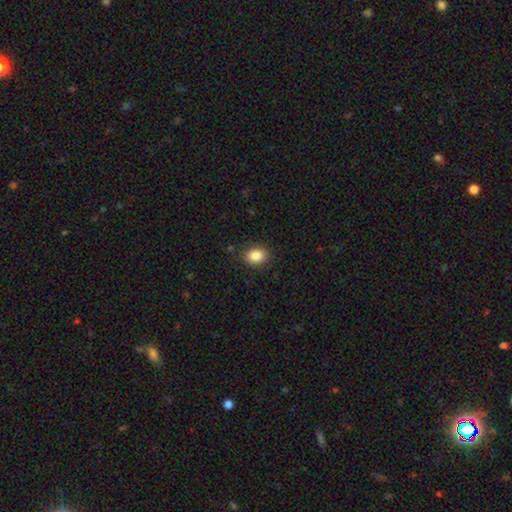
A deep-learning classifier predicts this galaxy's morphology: type=smooth (86%); roundness=in between (64%); merging=none (87%).